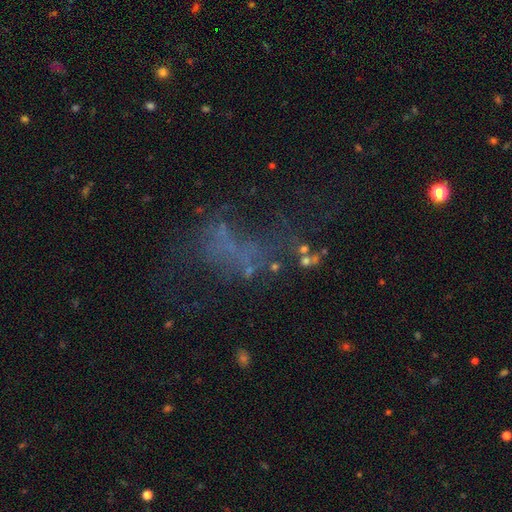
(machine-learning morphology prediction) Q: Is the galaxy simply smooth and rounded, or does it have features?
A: featured or disk — 42%.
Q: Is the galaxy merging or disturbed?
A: none — 40%.